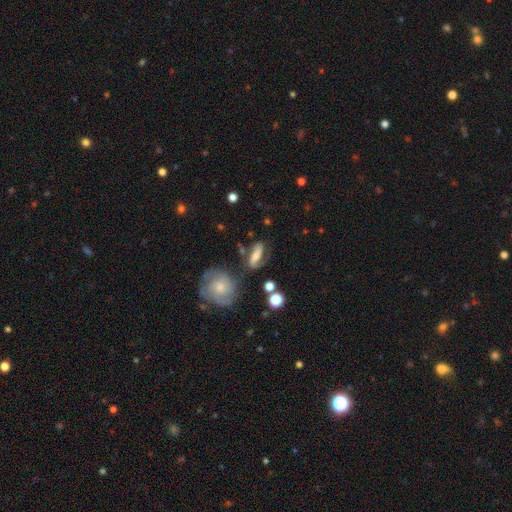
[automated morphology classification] Smooth or featured? featured or disk (51%)
Edge-on disk? no (84%)
Merging? none (60%)